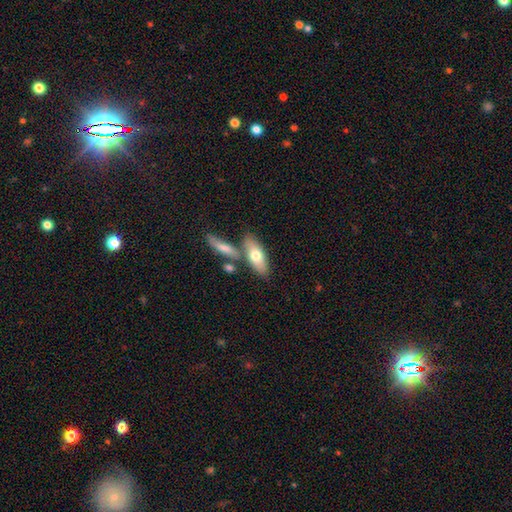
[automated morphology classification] Overall: smooth (68%). How rounded: in between (69%). Merging: none (63%).